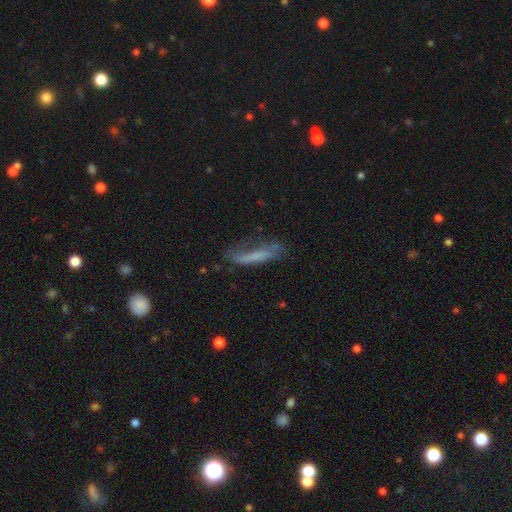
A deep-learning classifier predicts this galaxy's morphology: This appears to be a smooth galaxy with no disk features (56%) that is cigar-shaped (84%). Merging: none (48%).